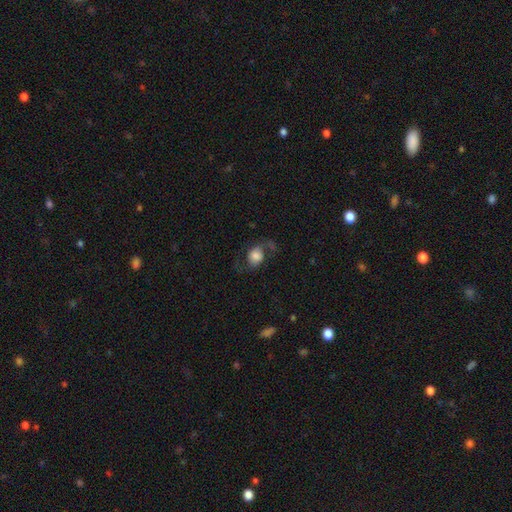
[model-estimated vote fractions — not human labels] This appears to be a smooth galaxy with no disk features (47%). Merging: none (55%).